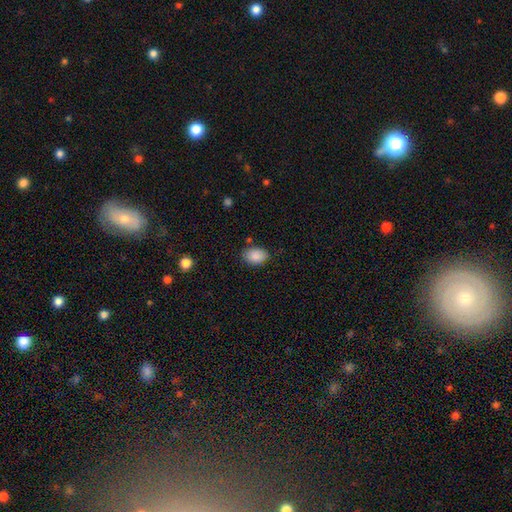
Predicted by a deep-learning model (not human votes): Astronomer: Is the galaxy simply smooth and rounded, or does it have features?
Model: smooth — 88%.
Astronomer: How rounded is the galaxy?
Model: in between — 76%.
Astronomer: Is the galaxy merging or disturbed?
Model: none — 81%.